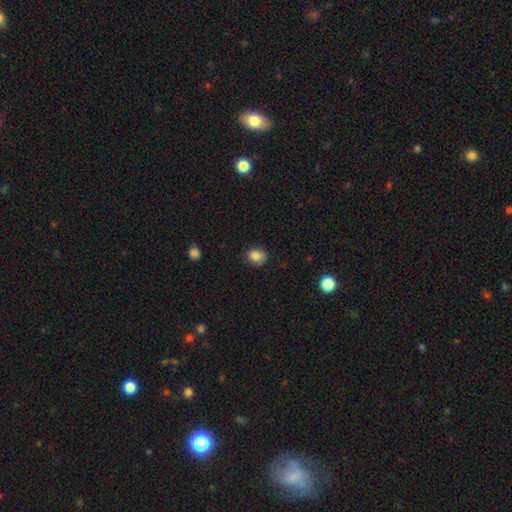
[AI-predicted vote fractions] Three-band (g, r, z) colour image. It shows a smooth galaxy with no disk features (84%) that is round (66%). Merging: none (79%).